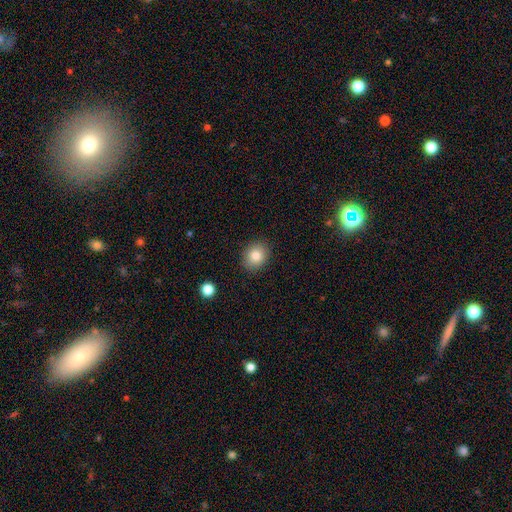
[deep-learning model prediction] The model was most divided on "how rounded": round: 53%, in between: 46%, cigar-shaped: 1%. More confident: merging — none (88%); smooth or featured — smooth (84%).